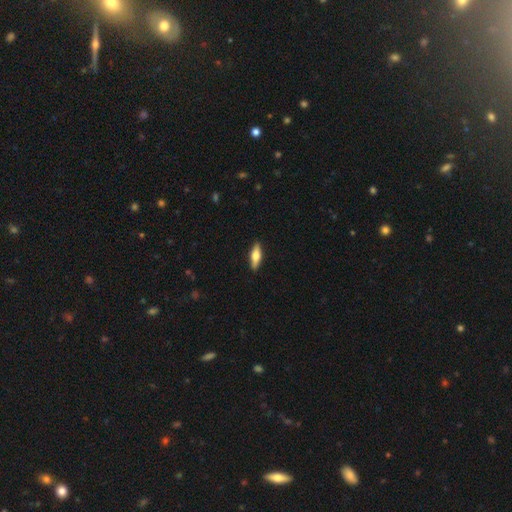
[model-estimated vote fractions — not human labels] A smooth galaxy with no disk features (53%) that is in between round and cigar-shaped (49%). Merging: none (90%).